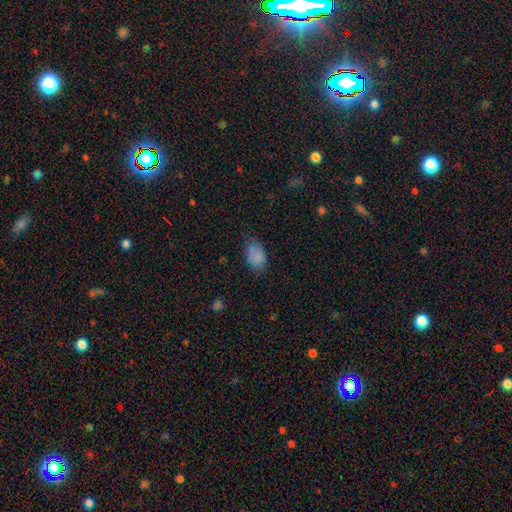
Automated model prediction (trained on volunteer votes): A smooth galaxy with no disk features (80%) that is in between round and cigar-shaped (86%).

Vote fractions:
- Smooth or featured? smooth: 80% / star or artifact: 11% / featured or disk: 9%
- How rounded? in between: 86% / round: 12% / cigar-shaped: 2%
- Merging? none: 56% / minor disturbance: 31% / major disturbance: 10% / merger: 2%